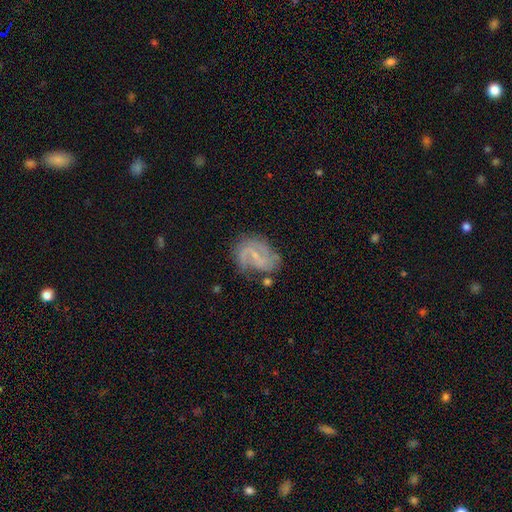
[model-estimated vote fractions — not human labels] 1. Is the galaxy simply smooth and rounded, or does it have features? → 78% featured or disk, 14% smooth, 8% star or artifact.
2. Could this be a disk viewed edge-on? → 98% no, 2% yes.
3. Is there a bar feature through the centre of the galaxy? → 53% weak, 31% no, 16% strong.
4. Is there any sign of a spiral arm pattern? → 90% yes, 10% no.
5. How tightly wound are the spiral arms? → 46% medium, 27% loose, 26% tight.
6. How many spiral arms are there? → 64% 2, 16% can't tell, 8% 1, 8% 3, 3% 4, 2% more than 4.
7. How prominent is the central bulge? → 69% small, 15% moderate, 14% none, 1% large, 1% dominant.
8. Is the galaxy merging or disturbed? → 57% none, 23% minor disturbance, 14% major disturbance, 6% merger.